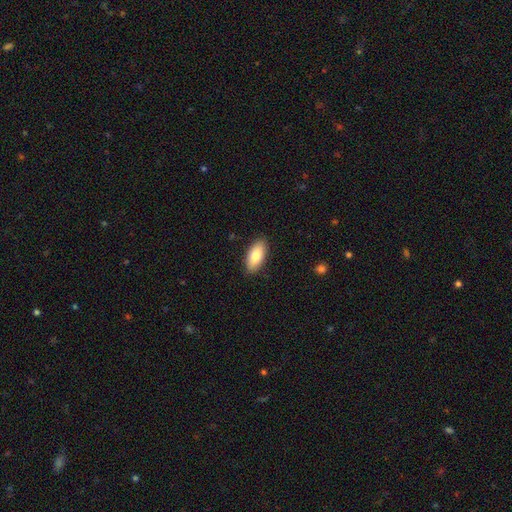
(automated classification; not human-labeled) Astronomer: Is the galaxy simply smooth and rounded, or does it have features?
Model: smooth — 81%.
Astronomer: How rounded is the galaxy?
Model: in between — 89%.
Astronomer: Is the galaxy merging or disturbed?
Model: none — 88%.